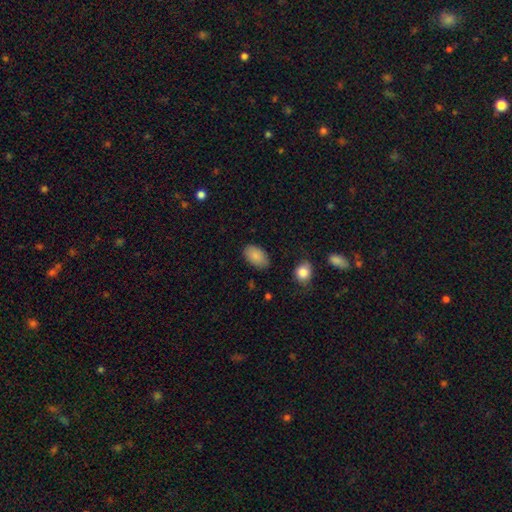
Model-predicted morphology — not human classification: Smooth or featured?
  - smooth: 87% *
  - star or artifact: 7%
  - featured or disk: 6%
How rounded?
  - in between: 93% *
  - round: 6%
  - cigar-shaped: 1%
Merging?
  - none: 82% *
  - minor disturbance: 13%
  - major disturbance: 3%
  - merger: 2%